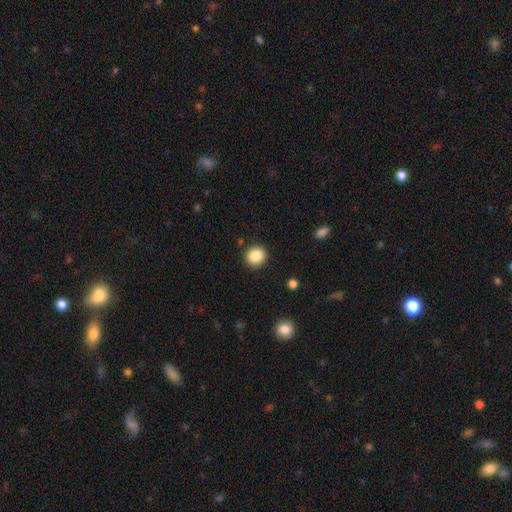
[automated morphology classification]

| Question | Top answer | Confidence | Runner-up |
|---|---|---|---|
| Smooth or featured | smooth | 87% | star or artifact (9%) |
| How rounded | round | 85% | in between (14%) |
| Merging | none | 89% | minor disturbance (7%) |